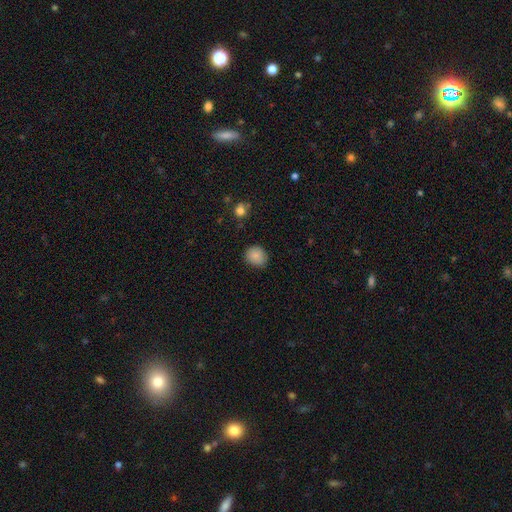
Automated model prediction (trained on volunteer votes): The model was most divided on "how rounded": round: 74%, in between: 26%, cigar-shaped: 1%. More confident: smooth or featured — smooth (86%); merging — none (84%).